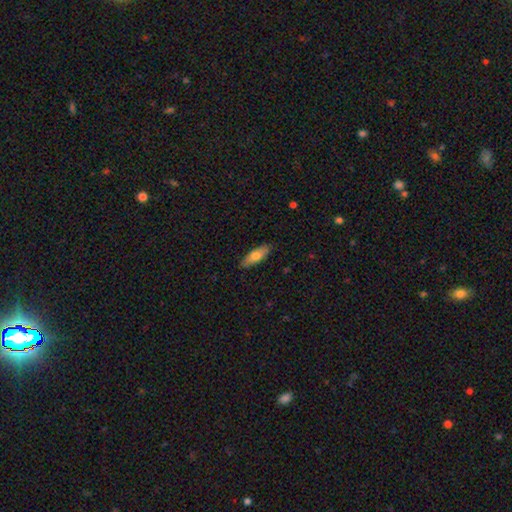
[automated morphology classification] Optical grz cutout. It shows a smooth galaxy with no disk features (71%) that is in between round and cigar-shaped (62%). Merging: none (87%).